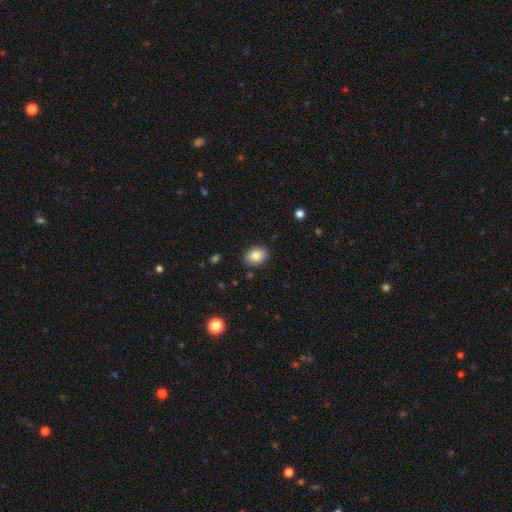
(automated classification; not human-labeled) smooth-or-featured: smooth: 84% | star or artifact: 8% | featured or disk: 7%
  how-rounded: in between: 64% | round: 35% | cigar-shaped: 1%
  merging: none: 88% | minor disturbance: 9% | major disturbance: 2% | merger: 1%